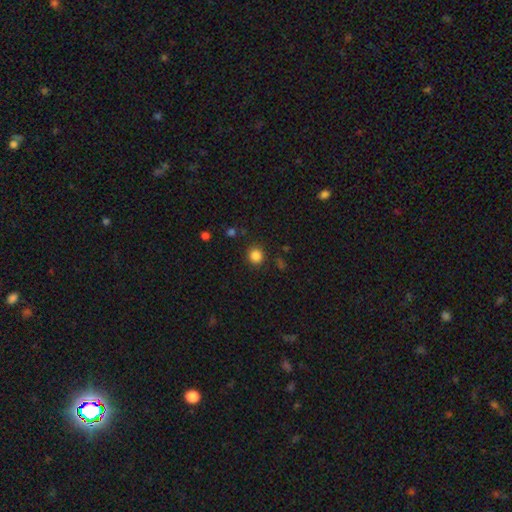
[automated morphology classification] This is clearly a smooth galaxy (85%). How rounded: clearly round (90%). Merging: clearly none (88%).